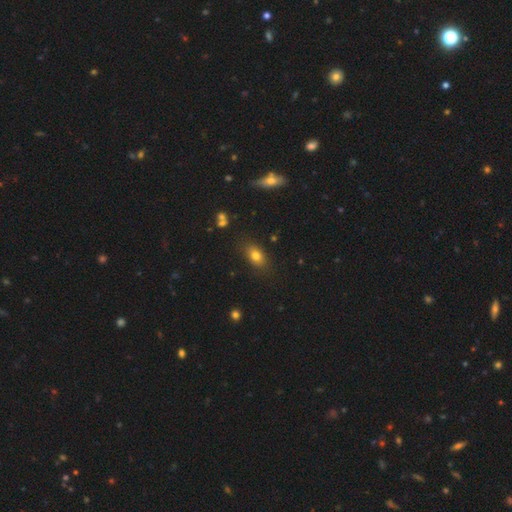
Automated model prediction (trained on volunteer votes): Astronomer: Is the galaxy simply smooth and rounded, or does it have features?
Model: smooth — 77%.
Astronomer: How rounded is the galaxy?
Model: in between — 80%.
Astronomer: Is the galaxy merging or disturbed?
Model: none — 83%.